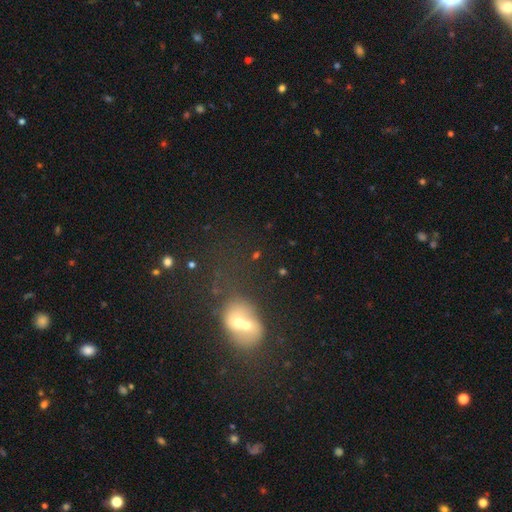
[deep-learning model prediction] A smooth galaxy with no disk features (49%).

Vote fractions:
- Smooth or featured? smooth: 49% / featured or disk: 26% / star or artifact: 25%
- Merging? merger: 58% / none: 26% / minor disturbance: 8% / major disturbance: 8%